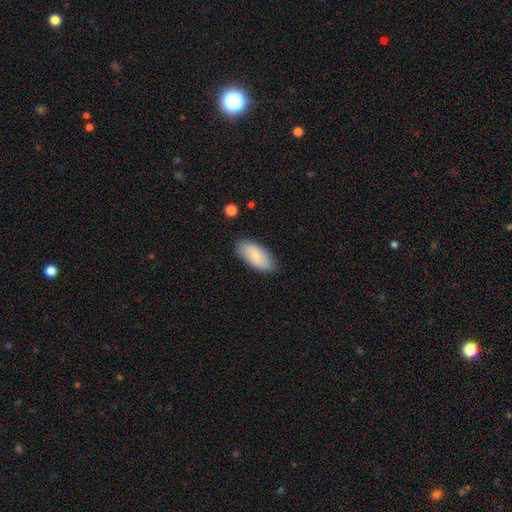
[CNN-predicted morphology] Smooth or featured? Predicted: smooth (p=0.70). How rounded? Predicted: in between (p=0.90). Merging? Predicted: none (p=0.83).